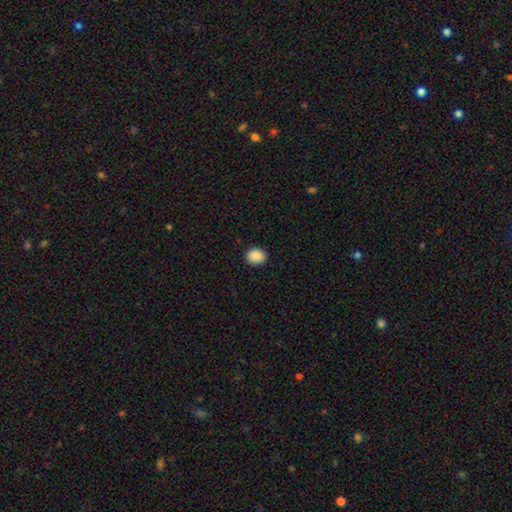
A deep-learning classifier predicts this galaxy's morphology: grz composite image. It shows a smooth galaxy with no disk features (89%) that is round (61%). Merging: none (90%).